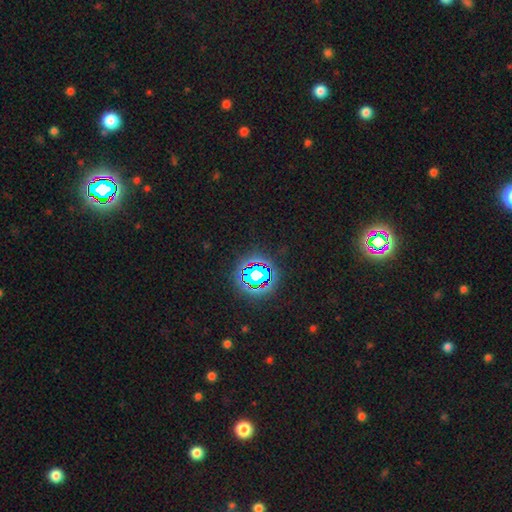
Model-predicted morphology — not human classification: type=star or artifact (81%).